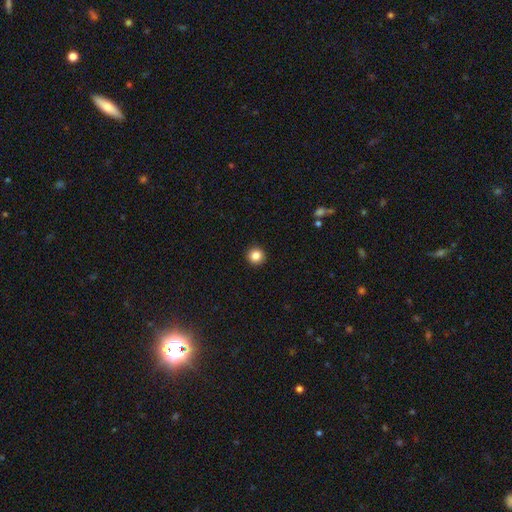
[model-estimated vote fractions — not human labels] Smooth or featured: smooth — 85% (star or artifact — 10%)
How rounded: round — 95% (in between — 4%)
Merging: none — 93% (minor disturbance — 4%)